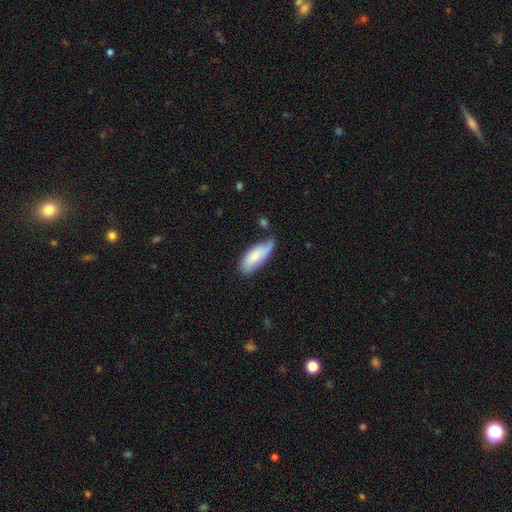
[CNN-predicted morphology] smooth-or-featured: smooth: 77% | featured or disk: 17% | star or artifact: 6%
  how-rounded: in between: 76% | cigar-shaped: 22% | round: 2%
  merging: none: 45% | minor disturbance: 39% | major disturbance: 10% | merger: 6%